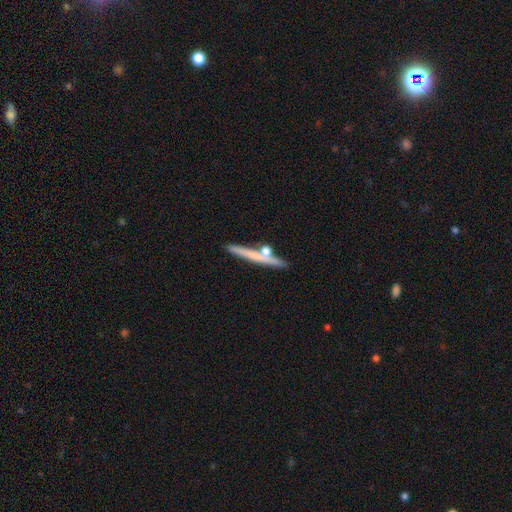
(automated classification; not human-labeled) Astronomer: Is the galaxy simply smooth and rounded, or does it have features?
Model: featured or disk — 49% (runner-up: smooth, 44%).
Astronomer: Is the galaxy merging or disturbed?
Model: none — 74%.